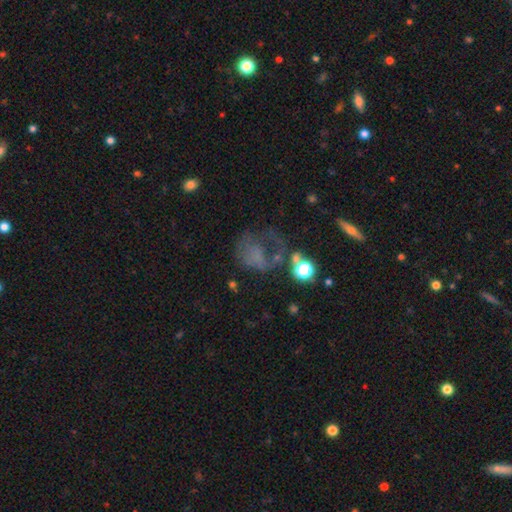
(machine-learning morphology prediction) Overall: smooth (42%; featured or disk 36%). Merging: major disturbance (43%; none 32%).